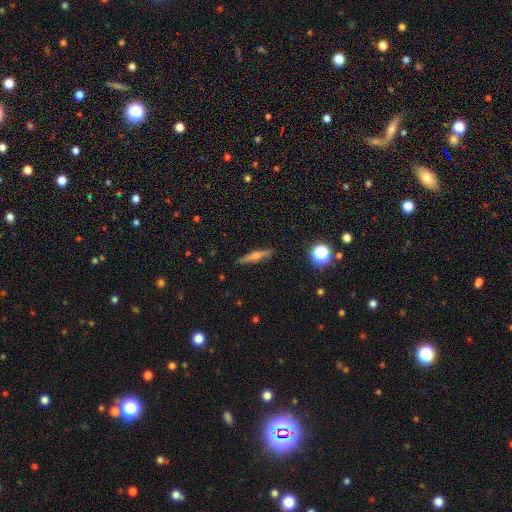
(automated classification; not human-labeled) This appears to be a featured or disk galaxy (59%) viewed edge-on (96%) with a rounded central bulge (81%). Merging: none (90%).